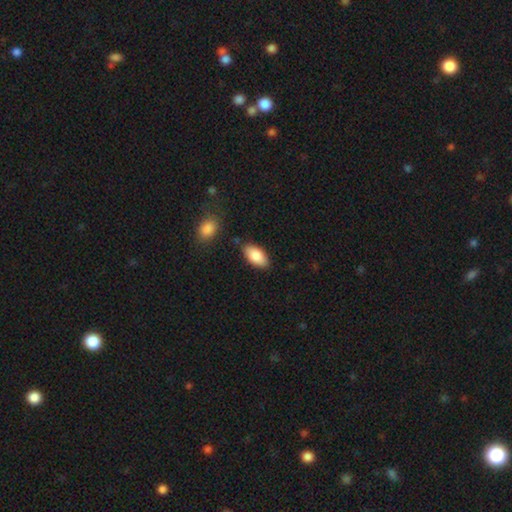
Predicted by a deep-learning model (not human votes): The model was most divided on "merging": none: 81%, minor disturbance: 13%, merger: 4%, major disturbance: 3%. More confident: how rounded — in between (94%); smooth or featured — smooth (87%).